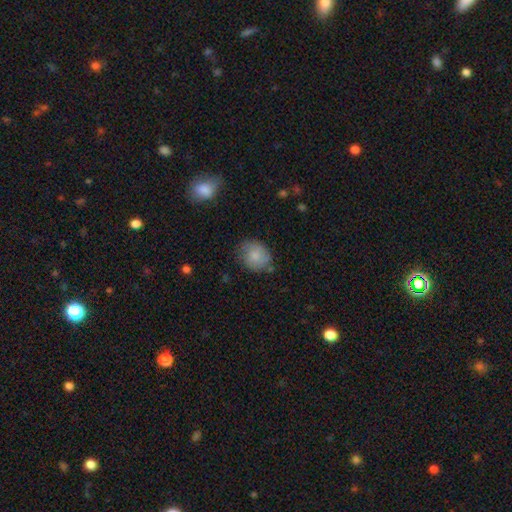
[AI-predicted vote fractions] Morphology: type=smooth (77%); roundness=round (66%); merging=none (68%).